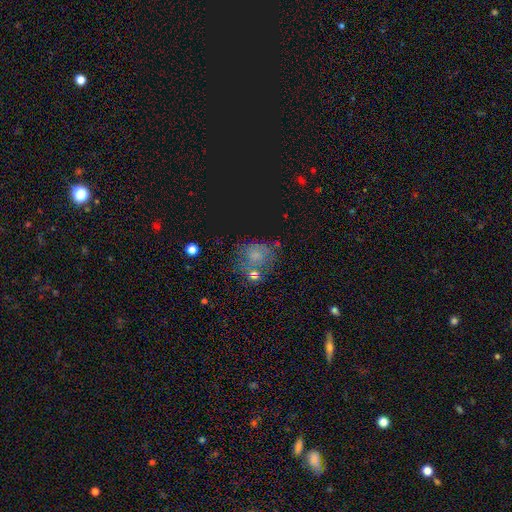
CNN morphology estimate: smooth 45%, featured or disk 31%, star or artifact 24%. Down the decision tree: merging — none (50%).